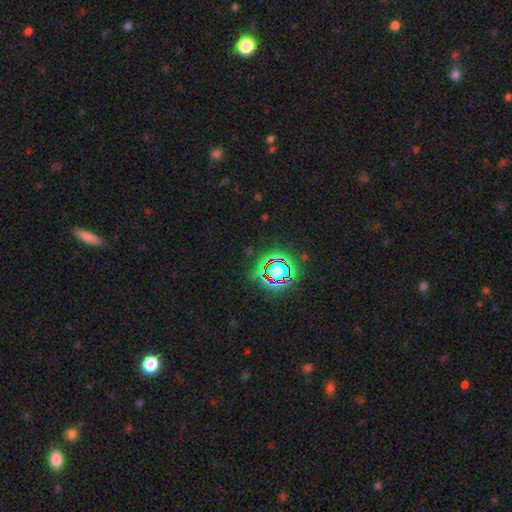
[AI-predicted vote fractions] Q: Smooth or featured?
A: star or artifact (79%); runner-up: smooth (13%)